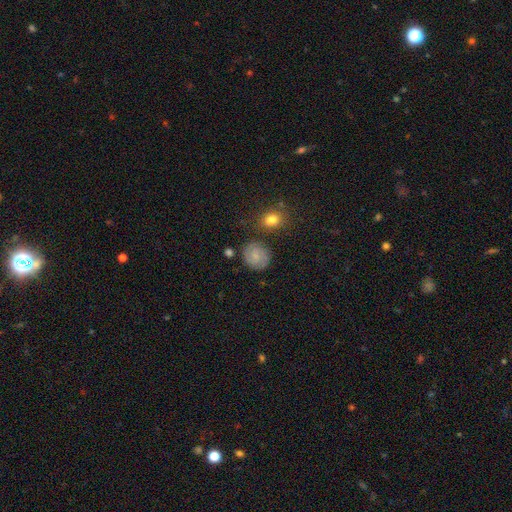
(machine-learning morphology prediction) This is possibly a smooth galaxy (51%). How rounded: likely round (77%). Merging: likely none (78%).